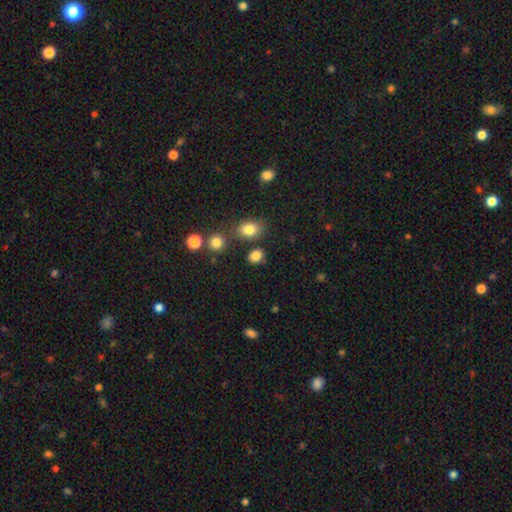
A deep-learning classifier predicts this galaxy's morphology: smooth 84%, star or artifact 11%, featured or disk 5%. Down the decision tree: how rounded — in between (55%); merging — none (77%).